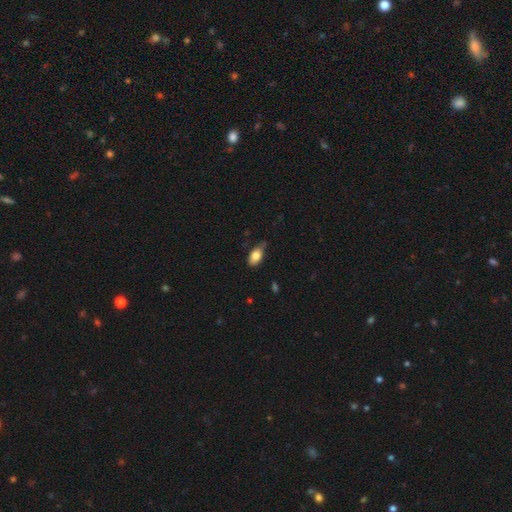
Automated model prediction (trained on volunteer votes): Smooth or featured: smooth — 79% (featured or disk — 14%)
How rounded: in between — 90% (cigar-shaped — 5%)
Merging: none — 63% (minor disturbance — 31%)